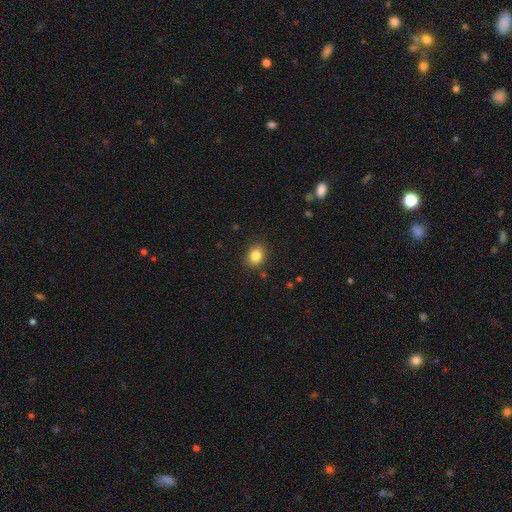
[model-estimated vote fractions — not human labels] The model was most divided on "how rounded": round: 55%, in between: 44%, cigar-shaped: 1%. More confident: merging — none (87%); smooth or featured — smooth (84%).